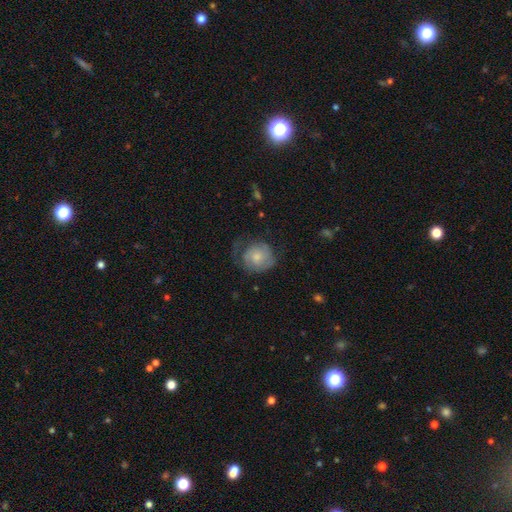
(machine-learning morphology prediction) The model was most divided on "smooth or featured": featured or disk: 49%, smooth: 43%, star or artifact: 8%. More confident: merging — none (53%).